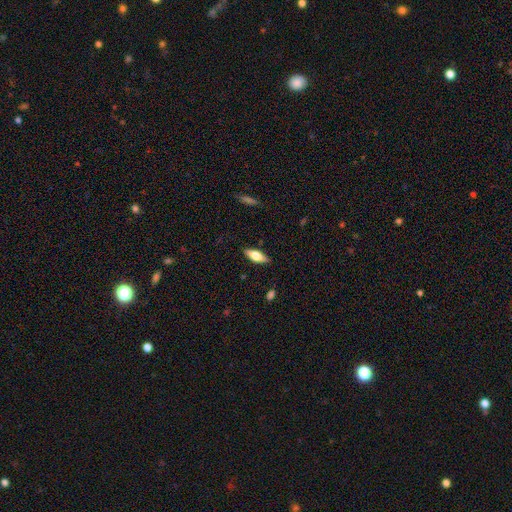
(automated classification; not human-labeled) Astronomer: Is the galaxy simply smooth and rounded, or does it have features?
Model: smooth — 57% (runner-up: featured or disk, 36%).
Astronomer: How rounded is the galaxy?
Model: in between — 66%.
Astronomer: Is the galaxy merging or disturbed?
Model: none — 87%.